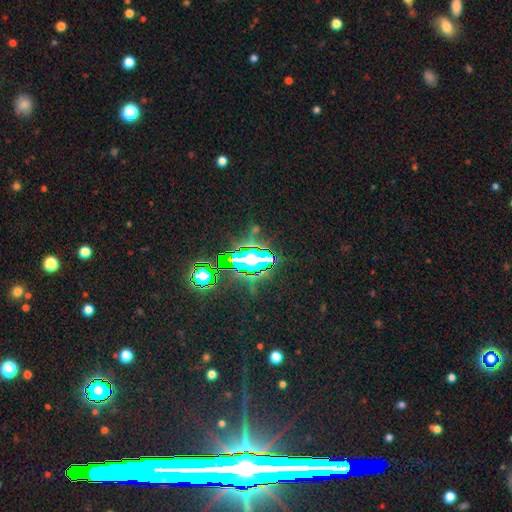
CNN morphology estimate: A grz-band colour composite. It shows a star or artifact, not a galaxy (81%).